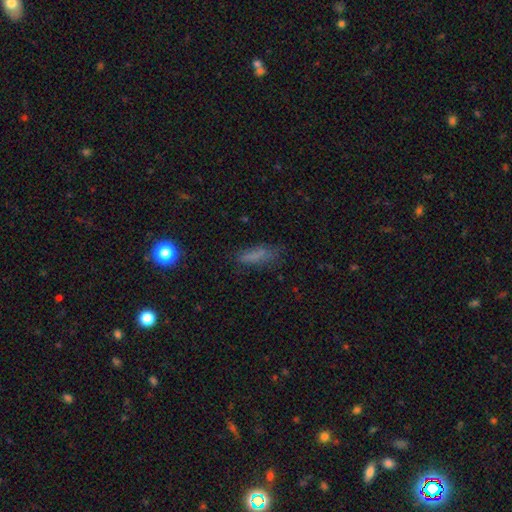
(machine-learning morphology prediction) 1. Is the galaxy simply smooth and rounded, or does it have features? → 70% smooth, 17% star or artifact, 13% featured or disk.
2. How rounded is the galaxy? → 59% cigar-shaped, 37% in between, 4% round.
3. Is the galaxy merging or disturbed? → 65% none, 22% minor disturbance, 10% major disturbance, 3% merger.